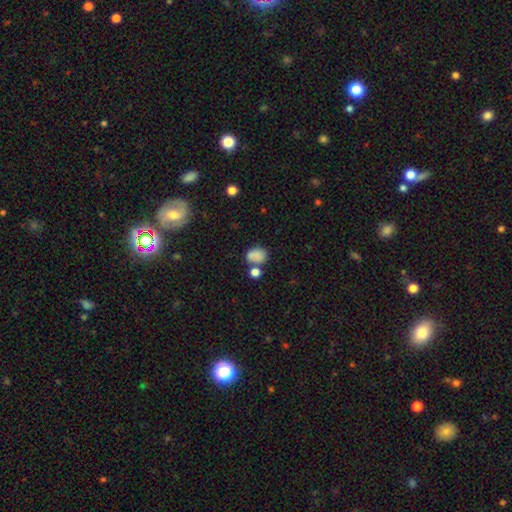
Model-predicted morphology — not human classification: A smooth galaxy with no disk features (81%) that is in between round and cigar-shaped (66%).

Vote fractions:
- Smooth or featured? smooth: 81% / star or artifact: 11% / featured or disk: 8%
- How rounded? in between: 66% / round: 33% / cigar-shaped: 1%
- Merging? none: 49% / merger: 27% / minor disturbance: 17% / major disturbance: 7%